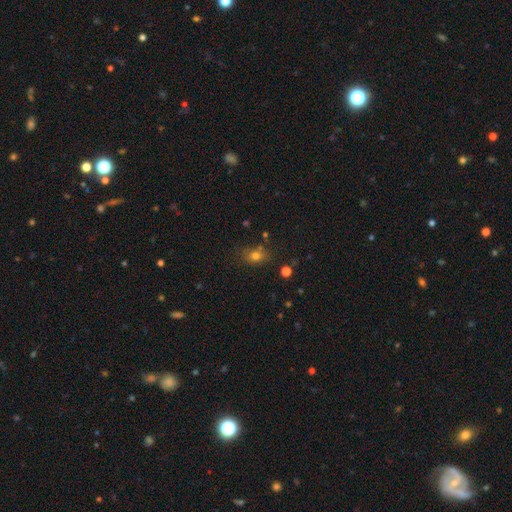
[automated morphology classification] Smooth or featured? Predicted: smooth (p=0.76). How rounded? Predicted: in between (p=0.62). Merging? Predicted: none (p=0.71).